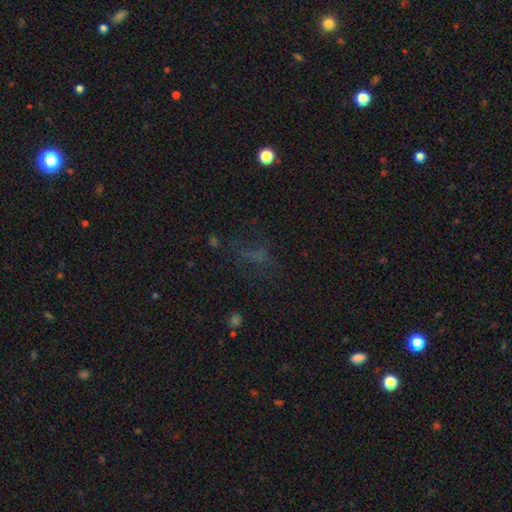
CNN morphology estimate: Smooth or featured?
  - star or artifact: 40% *
  - smooth: 37%
  - featured or disk: 23%